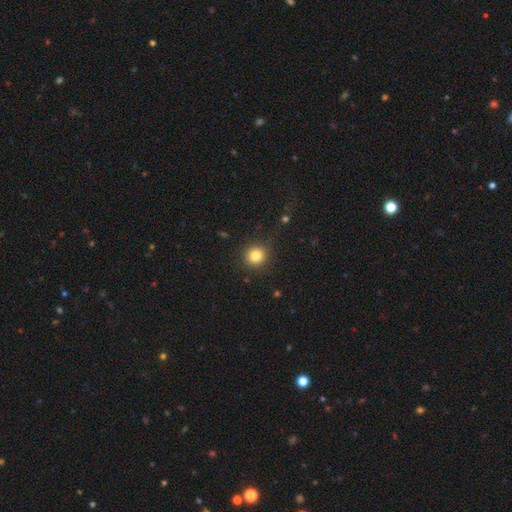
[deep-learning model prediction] smooth 82%, star or artifact 12%, featured or disk 6%. Down the decision tree: how rounded — round (92%); merging — none (89%).